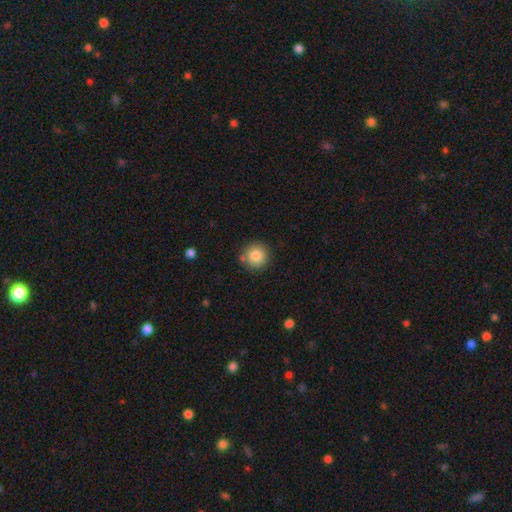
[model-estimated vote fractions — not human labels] Smooth or featured? smooth (84%)
How rounded? round (94%)
Merging? none (82%)